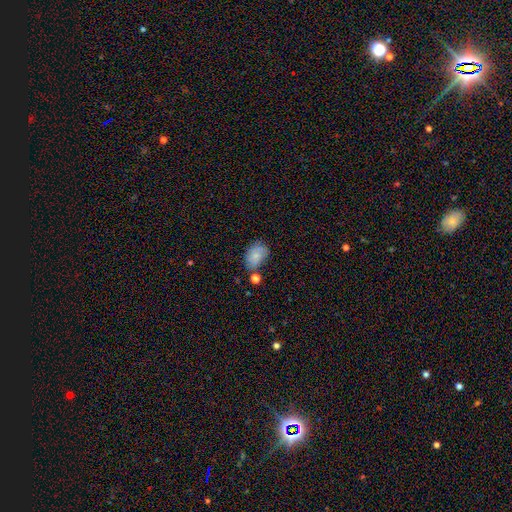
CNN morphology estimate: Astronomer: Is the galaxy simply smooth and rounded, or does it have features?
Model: smooth — 76%.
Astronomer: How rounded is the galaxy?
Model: in between — 83%.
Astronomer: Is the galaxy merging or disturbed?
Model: none — 55%.